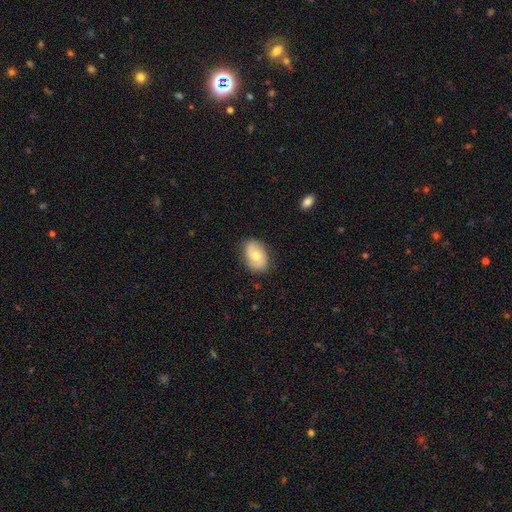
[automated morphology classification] This is possibly a smooth galaxy (54%). How rounded: likely in between (80%). Merging: likely none (80%).